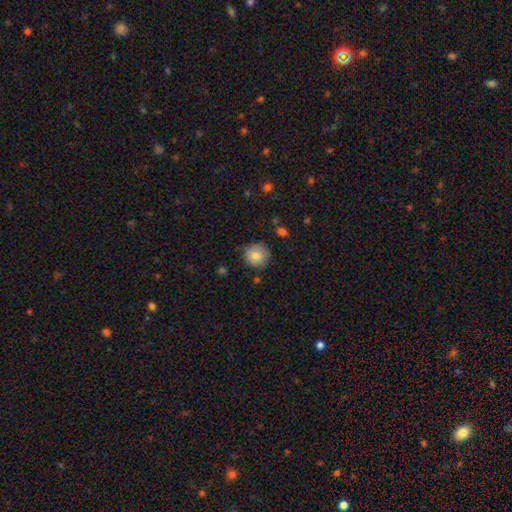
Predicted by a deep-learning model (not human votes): Smooth or featured? smooth (84%)
How rounded? round (92%)
Merging? none (82%)